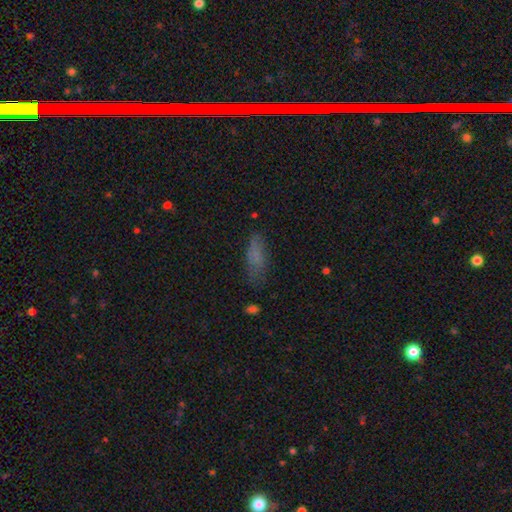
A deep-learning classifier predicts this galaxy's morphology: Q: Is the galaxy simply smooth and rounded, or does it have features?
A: smooth — 73%.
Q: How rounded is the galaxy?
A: in between — 59%.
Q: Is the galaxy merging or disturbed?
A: none — 66%.